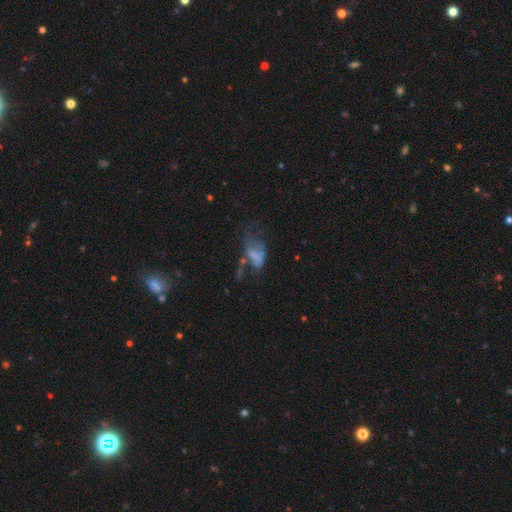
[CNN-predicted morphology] A smooth galaxy with no disk features (46%).

Vote fractions:
- Smooth or featured? smooth: 46% / featured or disk: 39% / star or artifact: 15%
- Merging? major disturbance: 49% / none: 20% / minor disturbance: 18% / merger: 14%